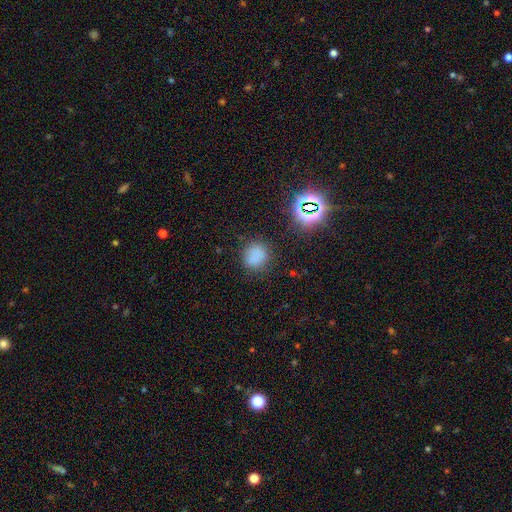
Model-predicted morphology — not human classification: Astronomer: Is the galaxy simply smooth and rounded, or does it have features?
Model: smooth — 76%.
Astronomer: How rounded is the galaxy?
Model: round — 77%.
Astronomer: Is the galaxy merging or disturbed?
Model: none — 79%.